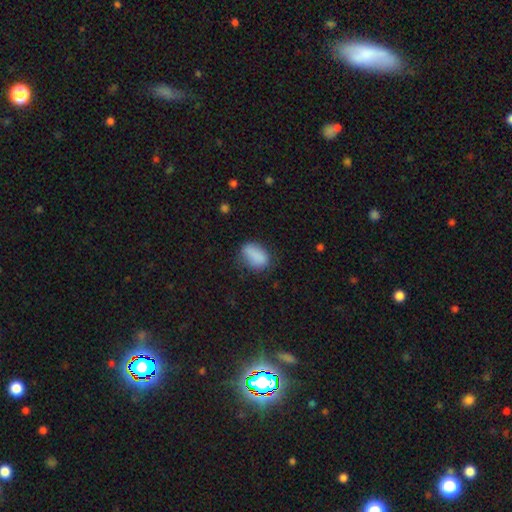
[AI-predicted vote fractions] Overall: smooth (84%). How rounded: in between (86%). Merging: none (61%; minor disturbance 27%).